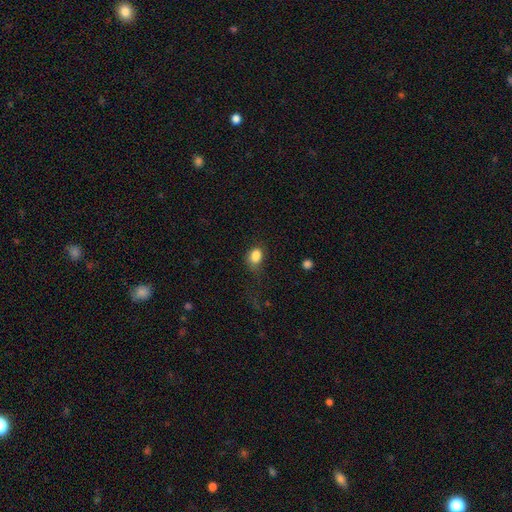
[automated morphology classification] smooth-or-featured: smooth: 85% | star or artifact: 9% | featured or disk: 6%
  how-rounded: in between: 67% | round: 32% | cigar-shaped: 1%
  merging: none: 53% | minor disturbance: 25% | major disturbance: 19% | merger: 3%